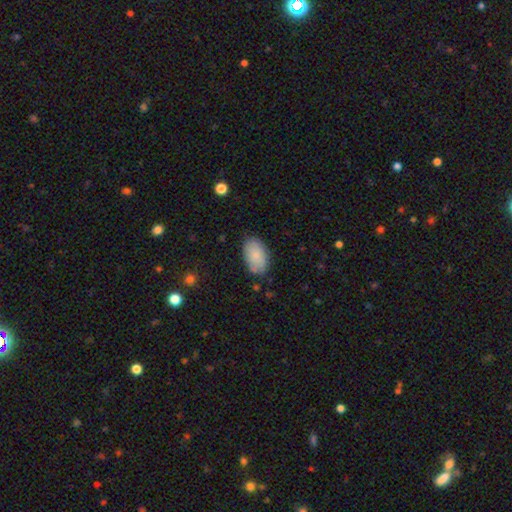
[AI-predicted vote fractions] smooth 86%, featured or disk 8%, star or artifact 6%. Down the decision tree: how rounded — in between (94%); merging — none (80%).